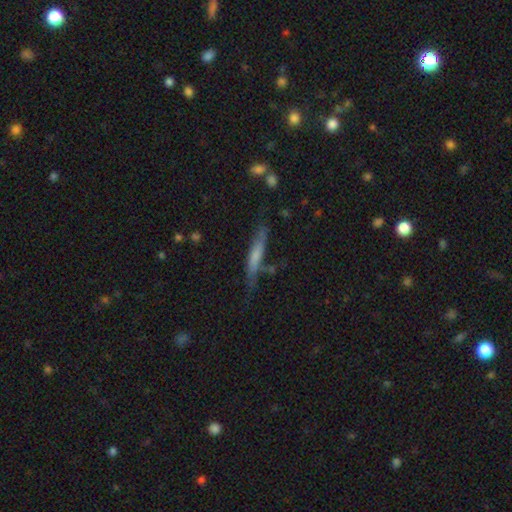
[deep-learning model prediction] A smooth galaxy with no disk features (57%) that is cigar-shaped (89%). Merging: none (61%).